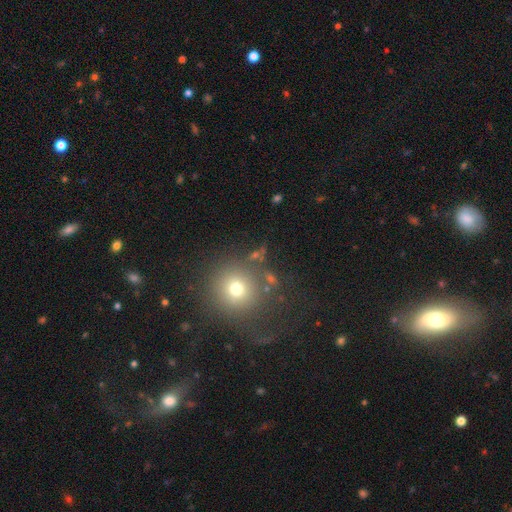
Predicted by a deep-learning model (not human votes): A smooth galaxy with no disk features (65%) that is round (92%). Merging: none (72%).